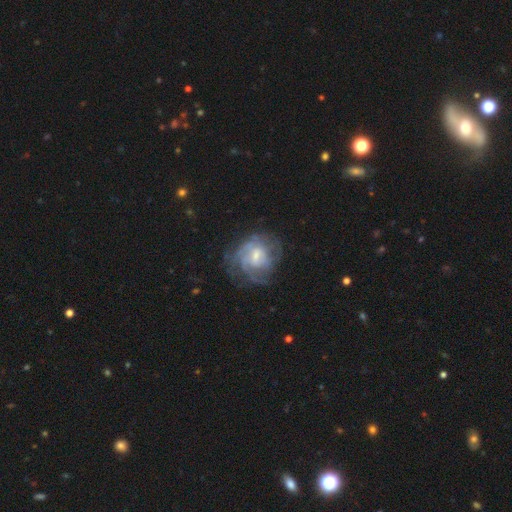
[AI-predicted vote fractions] This is likely a featured or disk galaxy (74%). It is clearly not viewed edge-on (98%). Bar: possibly weak (53%). Spiral arm pattern: clearly yes (84%). Spiral arm count: possibly can't tell (50%). Spiral winding: possibly tight (53%). Central bulge: marginally small (43%). Merging: possibly none (59%).